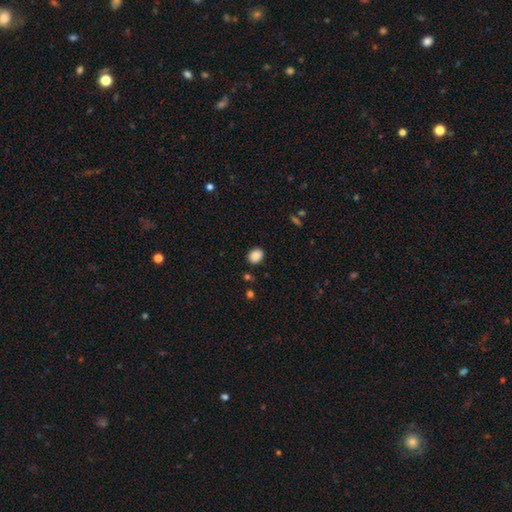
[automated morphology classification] Smooth or featured? smooth (87%)
How rounded? in between (51%)
Merging? none (85%)